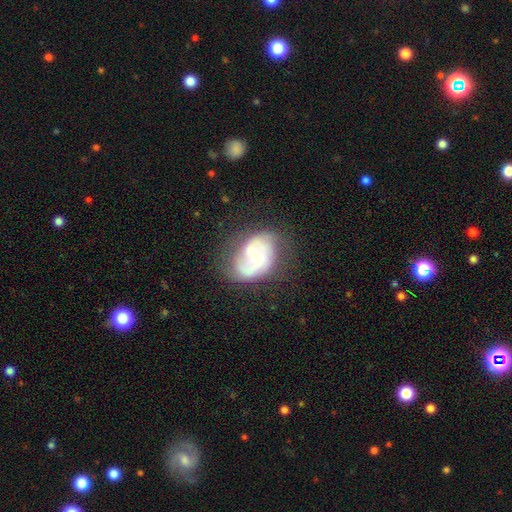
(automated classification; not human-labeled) Smooth or featured: featured or disk — 71% (smooth — 22%)
Edge-on disk: no — 97% (yes — 3%)
Bar: weak — 49% (no — 28%)
Spiral arms: yes — 80% (no — 20%)
Spiral winding: medium — 43% (loose — 37%)
Spiral arm count: 2 — 67% (can't tell — 15%)
Bulge size: small — 44% (moderate — 34%)
Merging: none — 51% (minor disturbance — 25%)